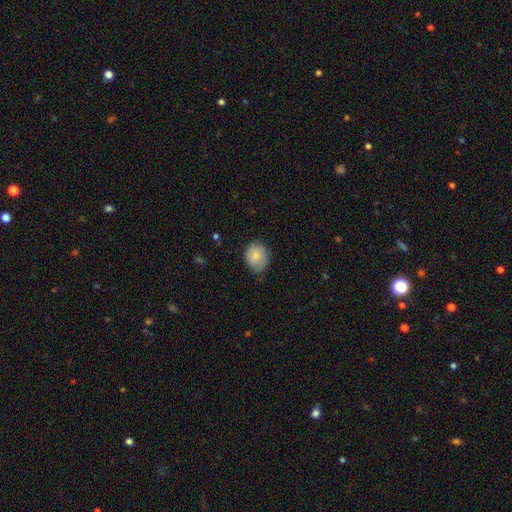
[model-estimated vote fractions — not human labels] This is clearly a smooth galaxy (82%). How rounded: possibly round (54%). Merging: likely none (71%).